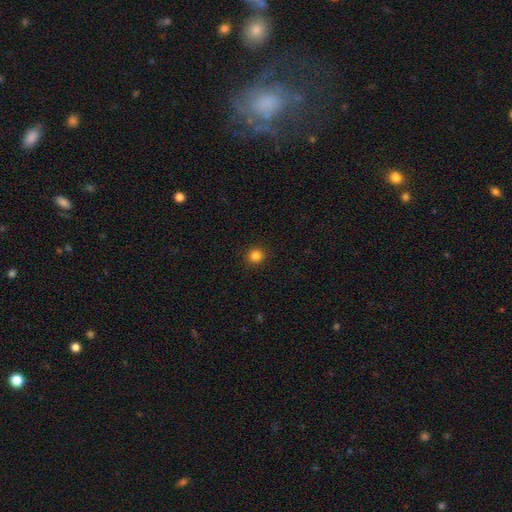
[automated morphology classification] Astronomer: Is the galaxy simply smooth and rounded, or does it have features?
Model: smooth — 84%.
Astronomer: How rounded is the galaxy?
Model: round — 92%.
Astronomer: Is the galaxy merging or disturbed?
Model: none — 92%.